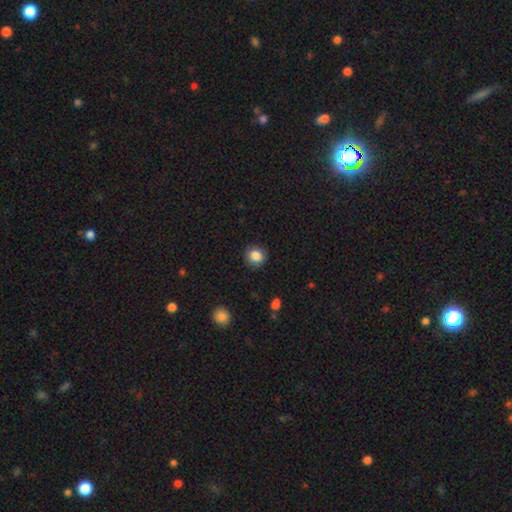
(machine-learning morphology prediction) Q: Smooth or featured?
A: smooth (86%); runner-up: star or artifact (10%)
Q: How rounded?
A: round (84%); runner-up: in between (15%)
Q: Merging?
A: none (87%); runner-up: minor disturbance (9%)